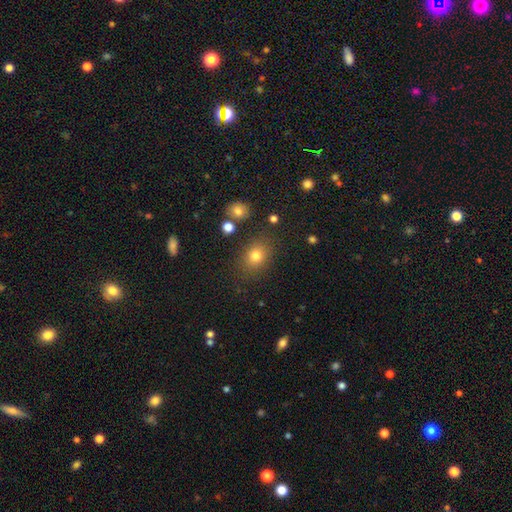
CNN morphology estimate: The model was most divided on "how rounded": in between: 51%, round: 48%, cigar-shaped: 1%. More confident: merging — none (80%); smooth or featured — smooth (78%).